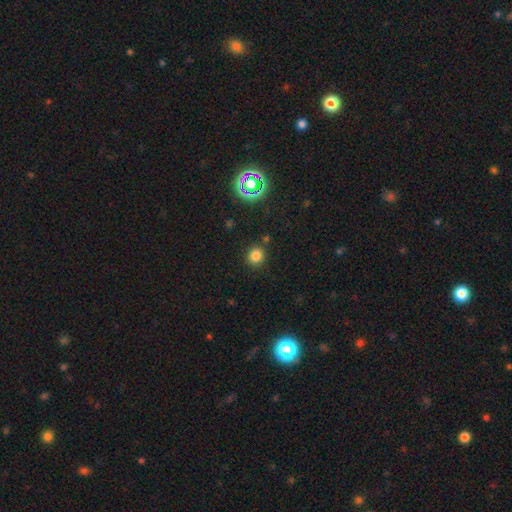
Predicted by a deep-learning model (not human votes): A smooth galaxy with no disk features (79%) that is round (82%). Merging: none (85%).